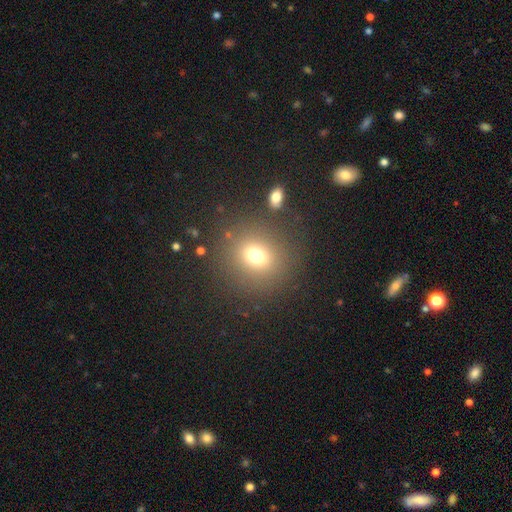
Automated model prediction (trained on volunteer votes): A smooth galaxy with no disk features (72%) that is round (81%).

Vote fractions:
- Smooth or featured? smooth: 72% / star or artifact: 17% / featured or disk: 10%
- How rounded? round: 81% / in between: 18% / cigar-shaped: 1%
- Merging? none: 81% / minor disturbance: 8% / major disturbance: 5% / merger: 5%